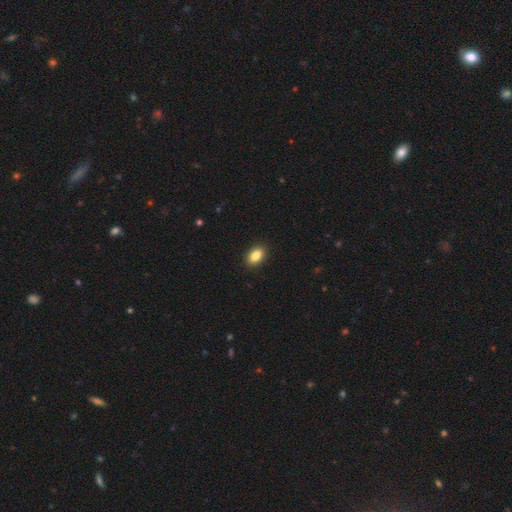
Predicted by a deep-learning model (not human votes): A smooth galaxy with no disk features (86%) that is in between round and cigar-shaped (87%). Merging: none (91%).